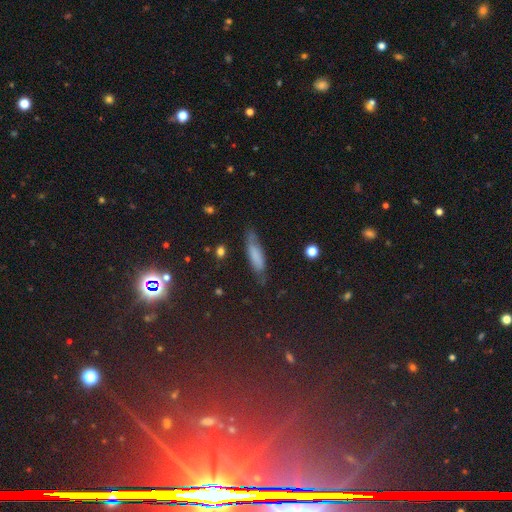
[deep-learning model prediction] smooth-or-featured: smooth: 66% | featured or disk: 22% | star or artifact: 12%
  how-rounded: cigar-shaped: 64% | in between: 33% | round: 2%
  merging: none: 67% | minor disturbance: 24% | major disturbance: 6% | merger: 2%